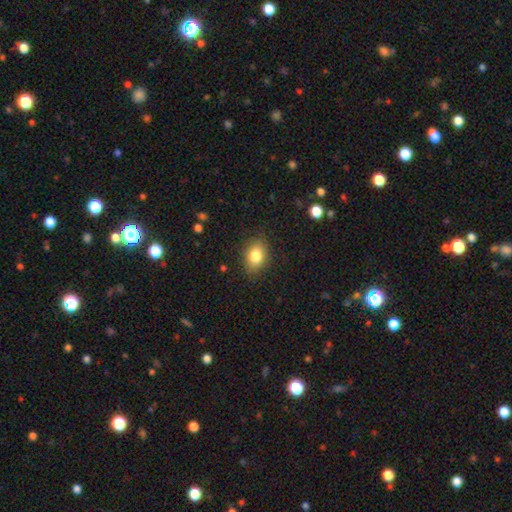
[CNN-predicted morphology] Smooth or featured: smooth — 83% (star or artifact — 9%)
How rounded: in between — 75% (round — 24%)
Merging: none — 85% (minor disturbance — 11%)